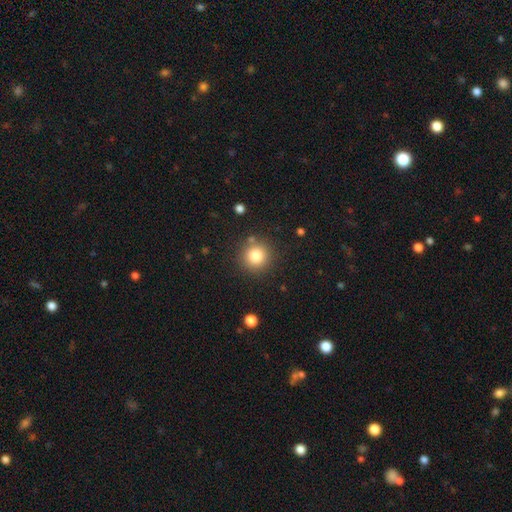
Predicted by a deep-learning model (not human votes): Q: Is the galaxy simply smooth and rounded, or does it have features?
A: smooth — 81%.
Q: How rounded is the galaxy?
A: round — 93%.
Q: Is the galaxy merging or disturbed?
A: none — 86%.